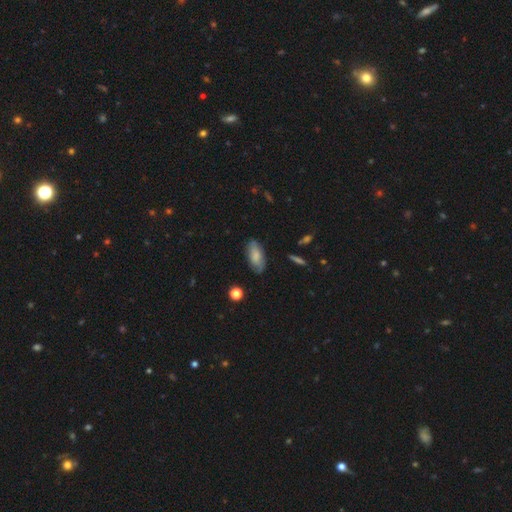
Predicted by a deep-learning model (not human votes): smooth-or-featured: smooth: 73% | featured or disk: 20% | star or artifact: 7%
  how-rounded: in between: 89% | cigar-shaped: 8% | round: 2%
  merging: none: 78% | minor disturbance: 17% | major disturbance: 4% | merger: 1%